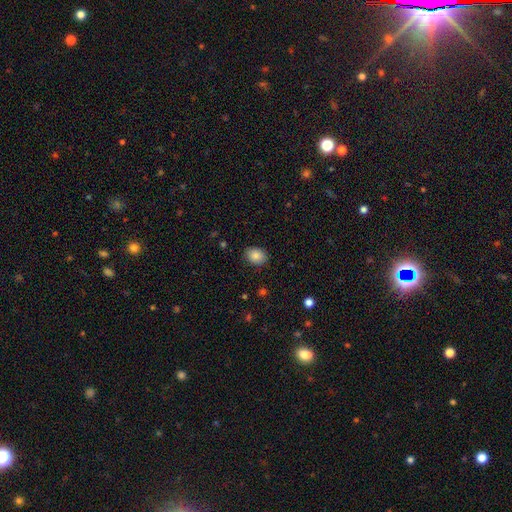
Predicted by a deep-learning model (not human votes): Smooth or featured? Predicted: smooth (p=0.85). How rounded? Predicted: in between (p=0.60). Merging? Predicted: none (p=0.85).